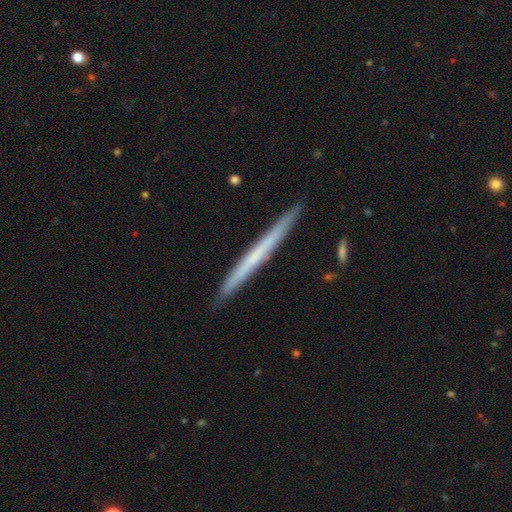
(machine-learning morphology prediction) This is possibly a featured or disk galaxy (50%). Merging: clearly none (91%).